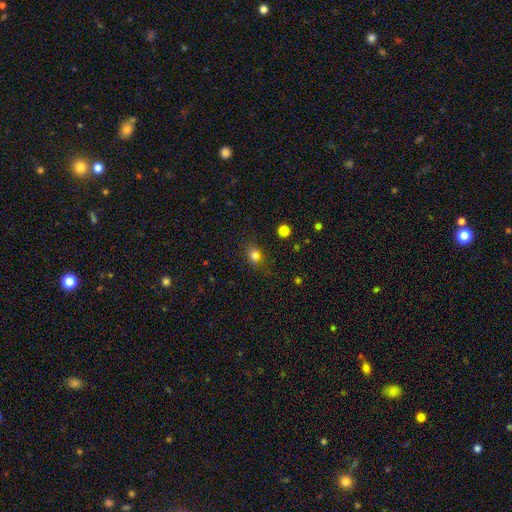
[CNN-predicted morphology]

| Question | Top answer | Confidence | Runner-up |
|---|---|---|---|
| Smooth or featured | smooth | 78% | star or artifact (14%) |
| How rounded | in between | 59% | round (38%) |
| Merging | none | 78% | minor disturbance (14%) |